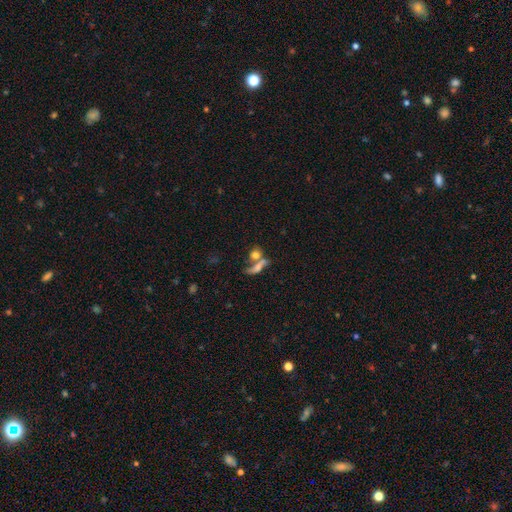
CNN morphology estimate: Q: Smooth or featured?
A: smooth (56%); runner-up: featured or disk (28%)
Q: How rounded?
A: in between (43%); runner-up: round (34%)
Q: Merging?
A: merger (48%); runner-up: none (35%)